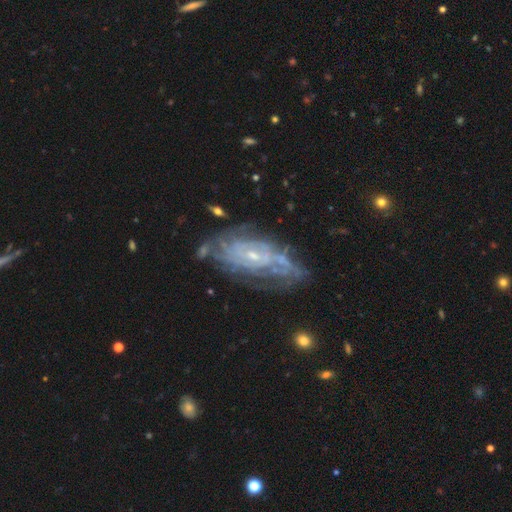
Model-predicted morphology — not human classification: This appears to be a featured or disk galaxy (74%) with no bar (72%), tight (63%) spiral arms (78%) and a small central bulge (79%). Merging: none (68%).